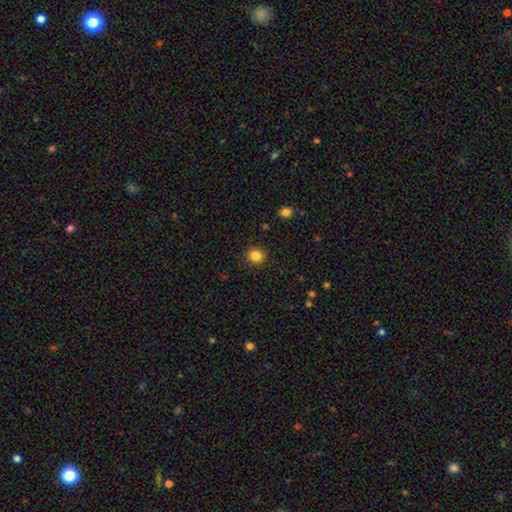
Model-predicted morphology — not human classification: type=smooth (85%); roundness=round (87%); merging=none (91%).